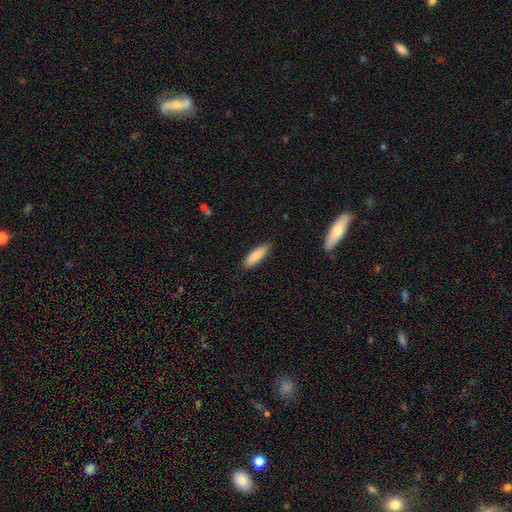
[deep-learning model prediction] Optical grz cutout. It shows a smooth galaxy with no disk features (83%) that is cigar-shaped (51%). Merging: none (88%).